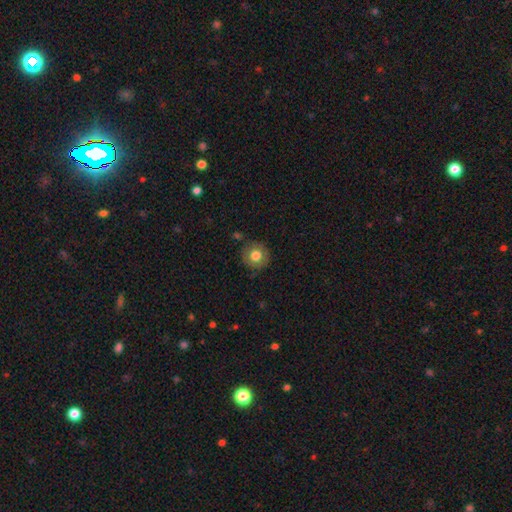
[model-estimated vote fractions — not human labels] A smooth galaxy with no disk features (76%) that is round (92%).

Vote fractions:
- Smooth or featured? smooth: 76% / featured or disk: 15% / star or artifact: 9%
- How rounded? round: 92% / in between: 7% / cigar-shaped: 1%
- Merging? none: 84% / minor disturbance: 11% / major disturbance: 3% / merger: 2%